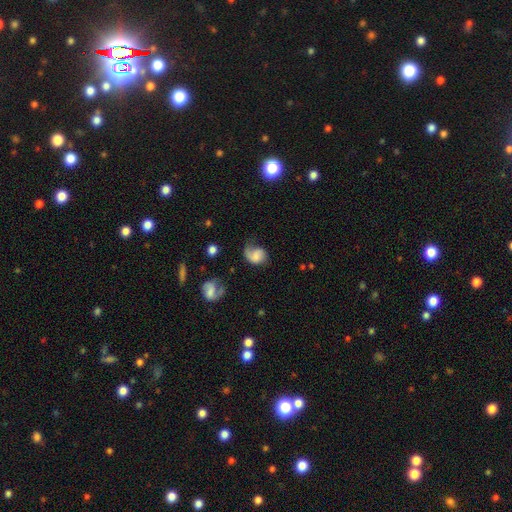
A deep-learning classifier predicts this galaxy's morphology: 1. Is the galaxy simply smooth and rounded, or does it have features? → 48% smooth, 43% featured or disk, 9% star or artifact.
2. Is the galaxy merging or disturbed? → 40% none, 31% minor disturbance, 26% major disturbance, 3% merger.